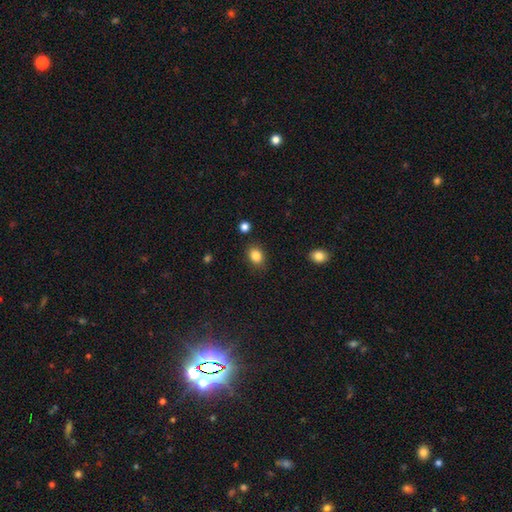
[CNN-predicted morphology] Smooth or featured? smooth (85%)
How rounded? in between (55%)
Merging? none (84%)